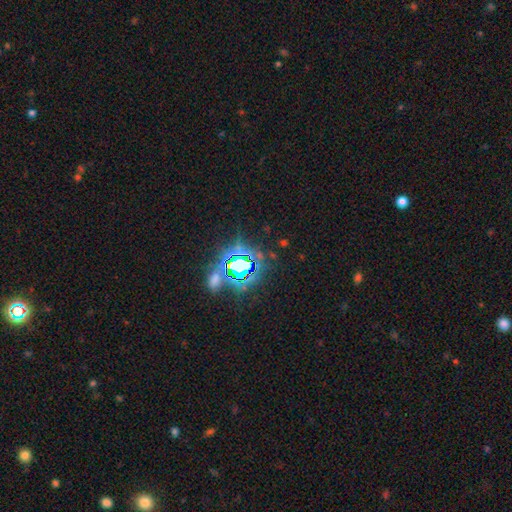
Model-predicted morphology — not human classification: Smooth or featured?
  - star or artifact: 81% *
  - smooth: 11%
  - featured or disk: 8%